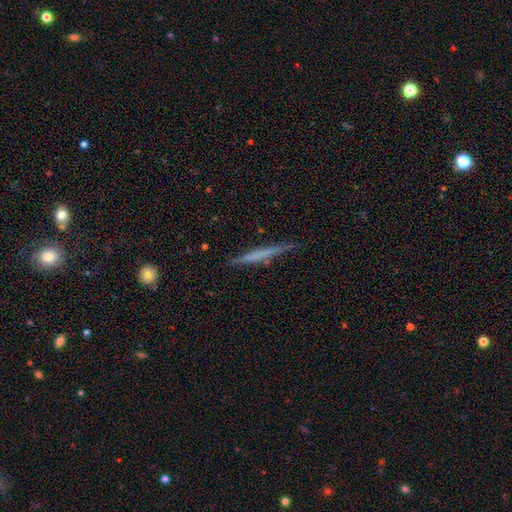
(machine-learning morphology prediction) Smooth or featured? featured or disk (48%)
Merging? none (87%)